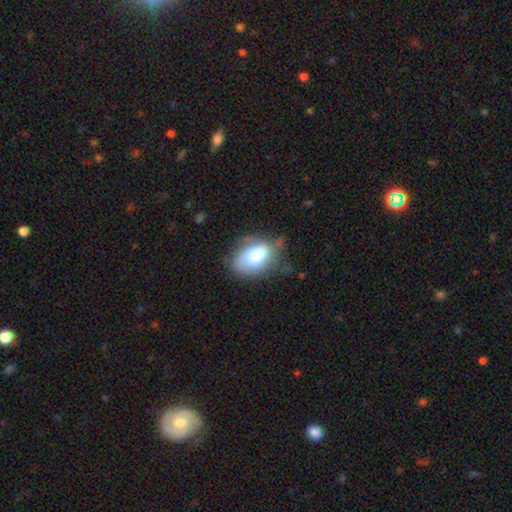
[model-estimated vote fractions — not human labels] Smooth or featured? Predicted: smooth (p=0.70). How rounded? Predicted: in between (p=0.88). Merging? Predicted: none (p=0.44).